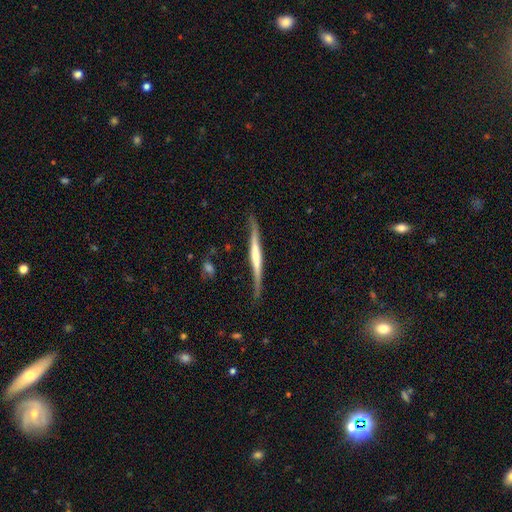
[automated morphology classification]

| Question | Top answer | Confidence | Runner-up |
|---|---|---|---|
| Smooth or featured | featured or disk | 72% | smooth (23%) |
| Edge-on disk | yes | 95% | no (5%) |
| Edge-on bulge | rounded | 53% | none (34%) |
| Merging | none | 75% | minor disturbance (18%) |